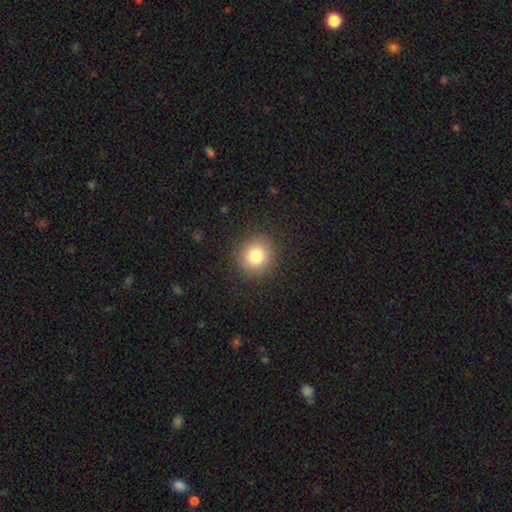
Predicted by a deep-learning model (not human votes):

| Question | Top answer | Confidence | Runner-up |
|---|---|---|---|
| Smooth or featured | smooth | 81% | star or artifact (11%) |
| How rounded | round | 91% | in between (8%) |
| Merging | none | 91% | minor disturbance (6%) |